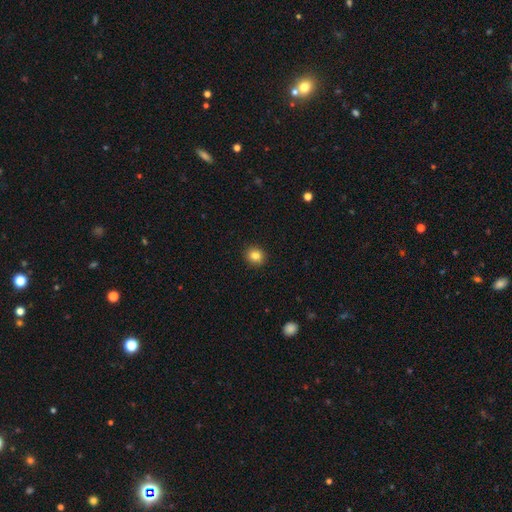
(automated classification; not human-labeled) smooth 83%, star or artifact 11%, featured or disk 6%. Down the decision tree: how rounded — round (85%); merging — none (92%).